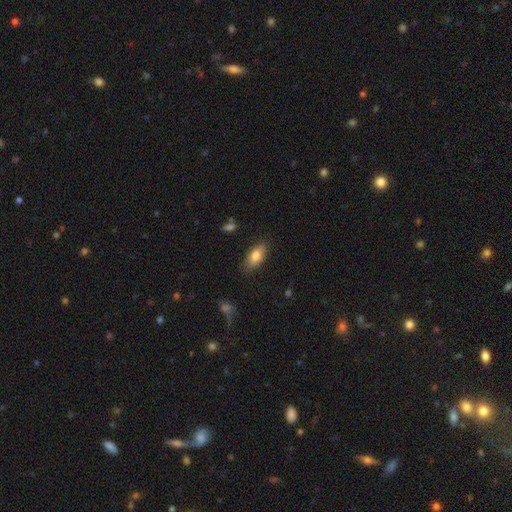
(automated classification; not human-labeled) The model was most divided on "smooth or featured": smooth: 80%, featured or disk: 13%, star or artifact: 7%. More confident: how rounded — in between (87%); merging — none (84%).